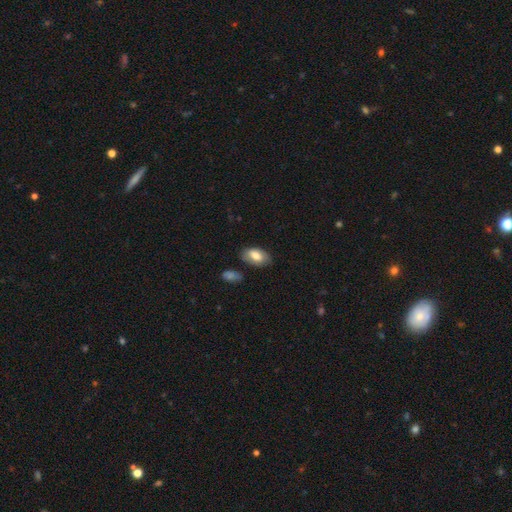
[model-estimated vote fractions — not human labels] This appears to be a smooth galaxy with no disk features (74%) that is in between round and cigar-shaped (93%). Merging: none (74%).